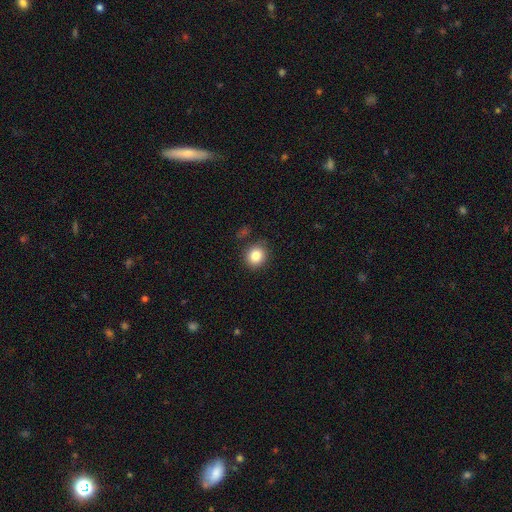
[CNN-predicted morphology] type=smooth (84%); roundness=round (78%); merging=none (83%).